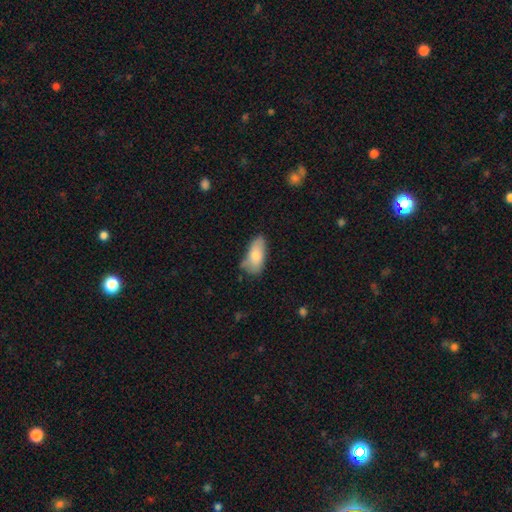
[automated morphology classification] smooth 76%, featured or disk 18%, star or artifact 7%. Down the decision tree: how rounded — in between (89%); merging — none (53%).